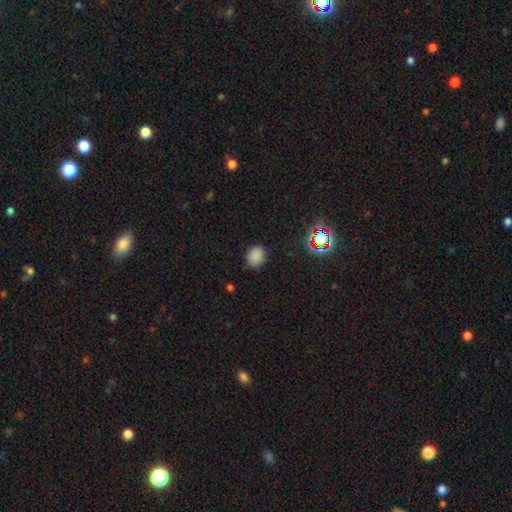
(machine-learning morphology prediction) type=smooth (80%); roundness=round (63%); merging=none (83%).